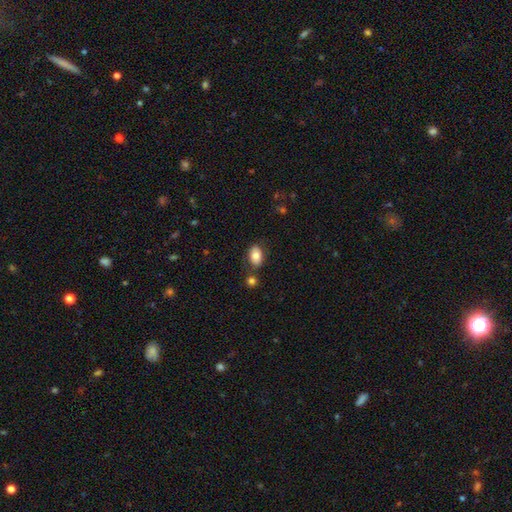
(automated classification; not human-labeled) Q: Smooth or featured?
A: smooth (81%); runner-up: featured or disk (11%)
Q: How rounded?
A: in between (87%); runner-up: round (11%)
Q: Merging?
A: none (75%); runner-up: minor disturbance (13%)